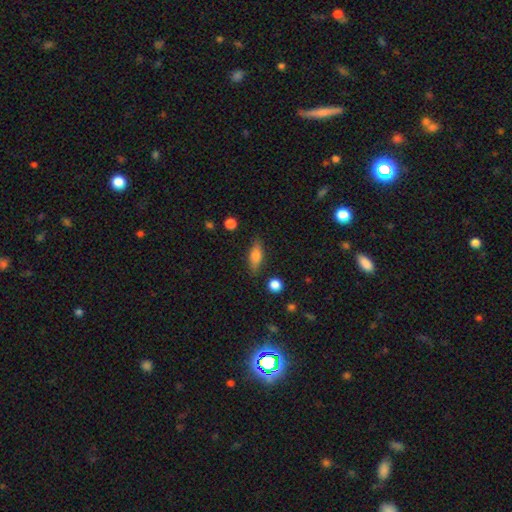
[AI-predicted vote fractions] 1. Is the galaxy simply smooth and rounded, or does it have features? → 71% smooth, 21% featured or disk, 8% star or artifact.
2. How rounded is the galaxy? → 64% in between, 32% cigar-shaped, 4% round.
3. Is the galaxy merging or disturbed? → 81% none, 13% minor disturbance, 3% major disturbance, 2% merger.